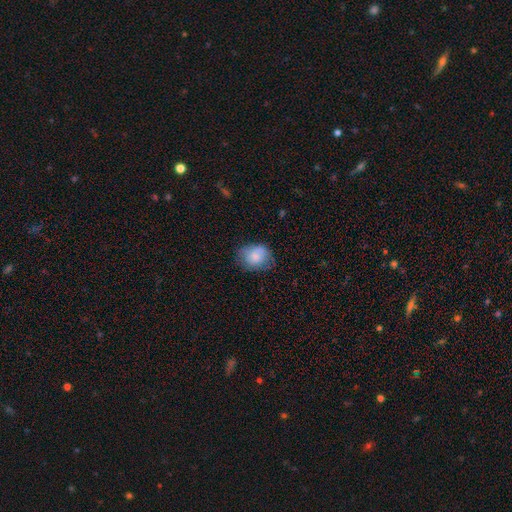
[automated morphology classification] Overall: smooth (76%). How rounded: round (54%; in between 45%). Merging: none (61%; minor disturbance 28%).